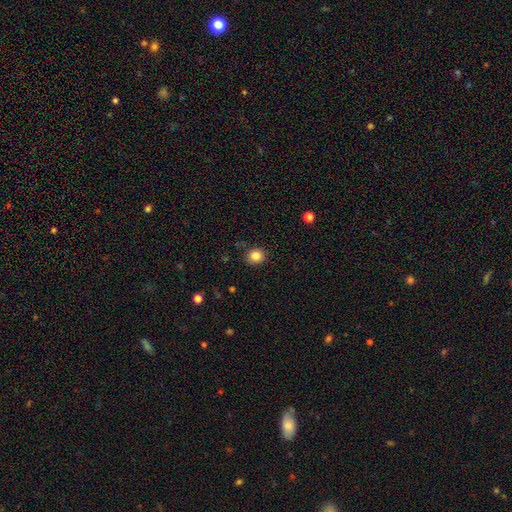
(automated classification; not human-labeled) Smooth or featured? Predicted: smooth (p=0.84). How rounded? Predicted: round (p=0.80). Merging? Predicted: none (p=0.87).